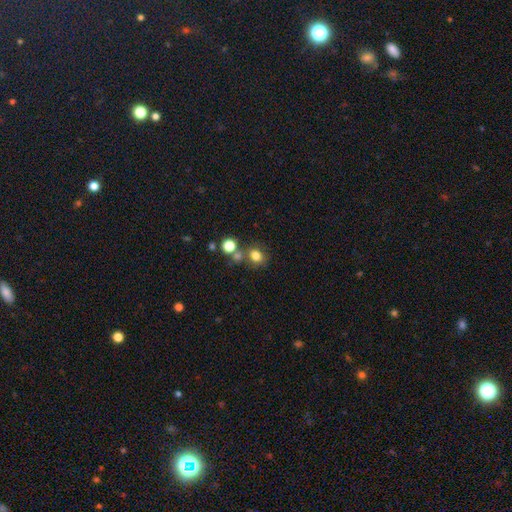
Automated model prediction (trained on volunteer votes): A smooth galaxy with no disk features (77%) that is round (70%). Merging: none (63%).